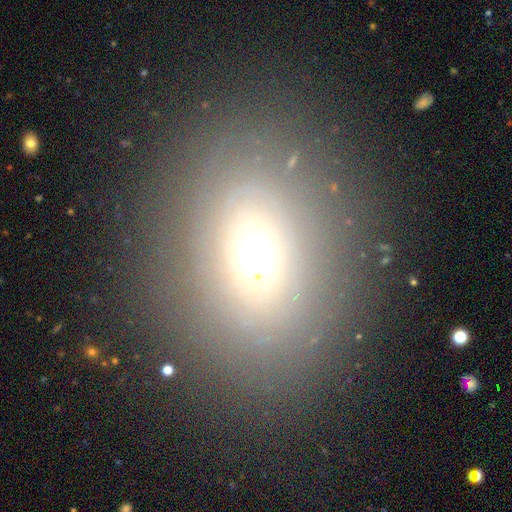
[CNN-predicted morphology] A smooth galaxy with no disk features (56%) that is in between round and cigar-shaped (55%). Merging: none (79%).